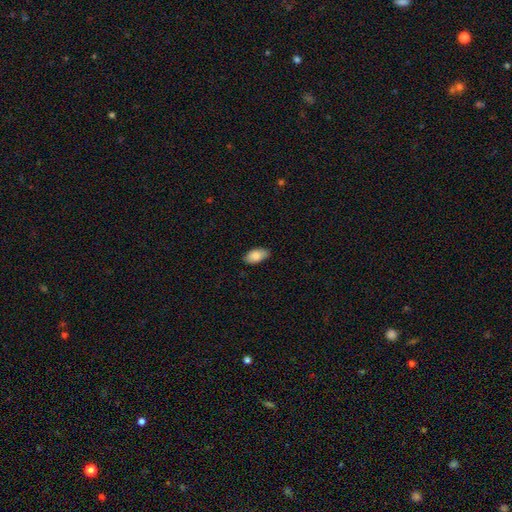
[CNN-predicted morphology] Smooth or featured? smooth (87%)
How rounded? in between (94%)
Merging? none (87%)